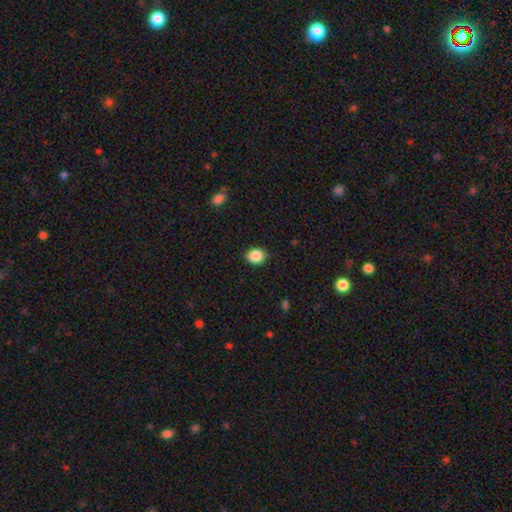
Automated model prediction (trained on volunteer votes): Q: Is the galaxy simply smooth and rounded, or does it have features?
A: smooth — 87%.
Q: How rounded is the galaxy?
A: round — 64%.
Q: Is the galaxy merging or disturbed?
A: none — 89%.